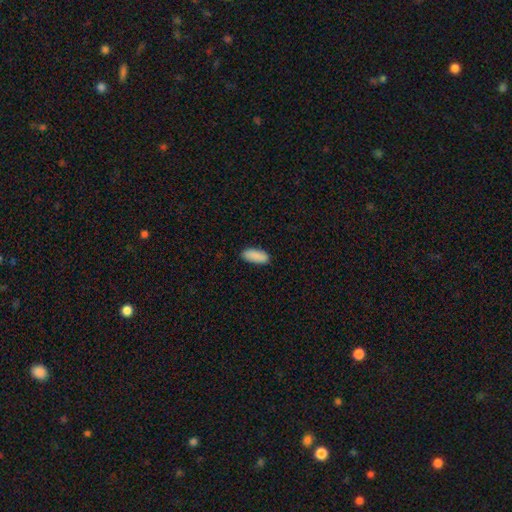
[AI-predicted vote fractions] smooth 90%, star or artifact 6%, featured or disk 4%. Down the decision tree: how rounded — in between (82%); merging — none (87%).